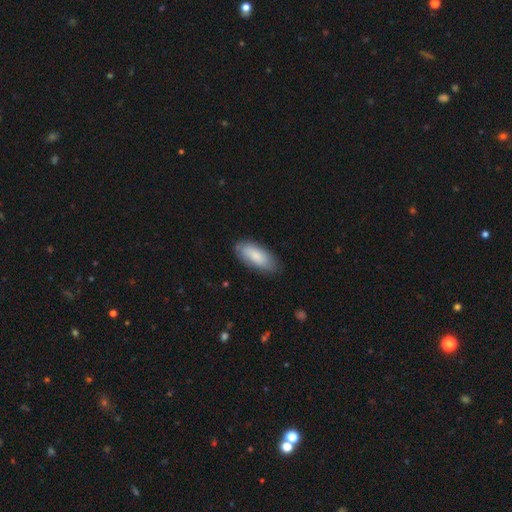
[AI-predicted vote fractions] A smooth galaxy with no disk features (83%) that is in between round and cigar-shaped (85%).

Vote fractions:
- Smooth or featured? smooth: 83% / featured or disk: 12% / star or artifact: 6%
- How rounded? in between: 85% / cigar-shaped: 13% / round: 2%
- Merging? none: 79% / minor disturbance: 16% / major disturbance: 3% / merger: 1%